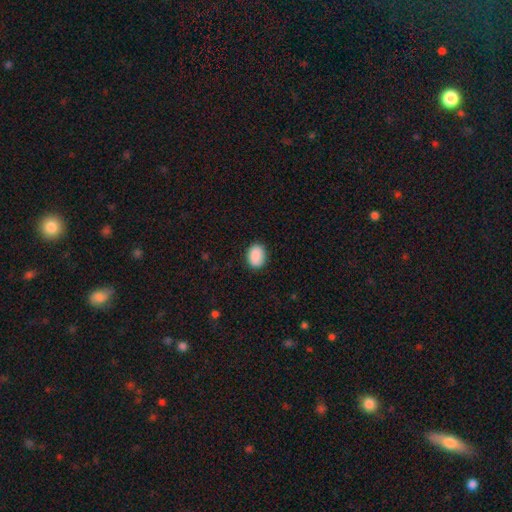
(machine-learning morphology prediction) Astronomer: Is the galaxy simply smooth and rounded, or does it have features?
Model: smooth — 90%.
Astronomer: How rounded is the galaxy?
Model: in between — 76%.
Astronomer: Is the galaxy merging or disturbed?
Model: none — 88%.